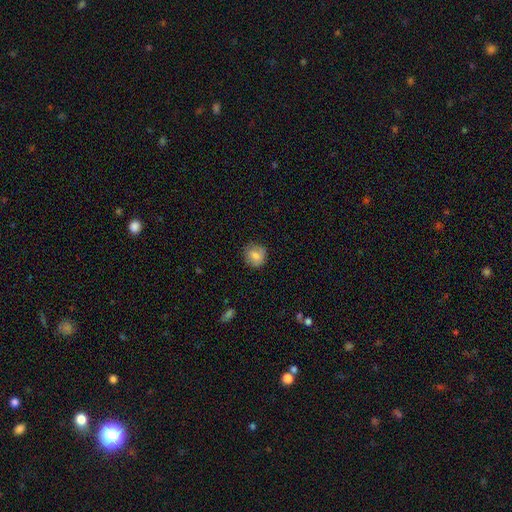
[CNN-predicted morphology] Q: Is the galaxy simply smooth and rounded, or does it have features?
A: smooth — 77%.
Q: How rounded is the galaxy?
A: round — 81%.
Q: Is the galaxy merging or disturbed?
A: none — 79%.